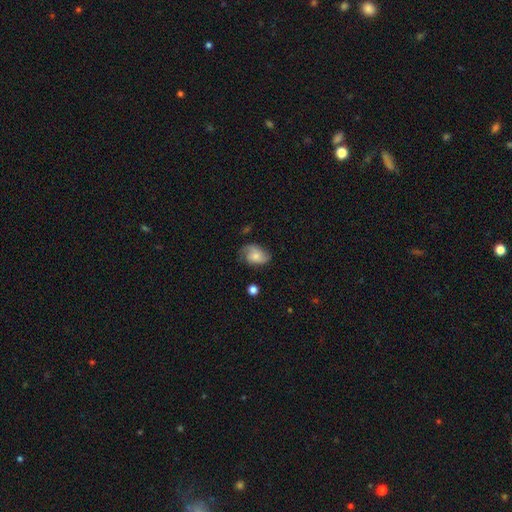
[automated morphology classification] Q: Smooth or featured?
A: featured or disk (48%); runner-up: smooth (44%)
Q: Merging?
A: none (57%); runner-up: minor disturbance (29%)